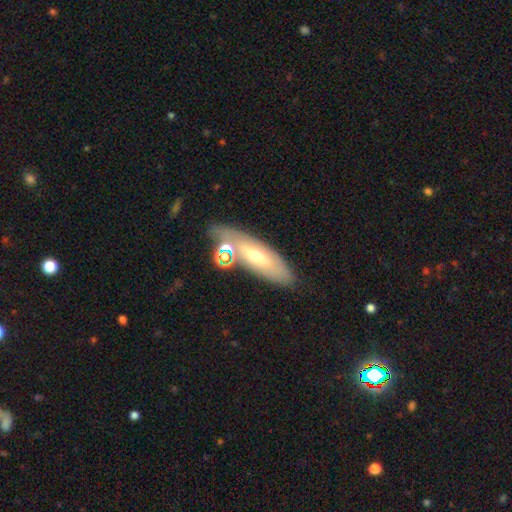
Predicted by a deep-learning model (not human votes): Overall: featured or disk (47%; smooth 43%). Merging: none (69%).